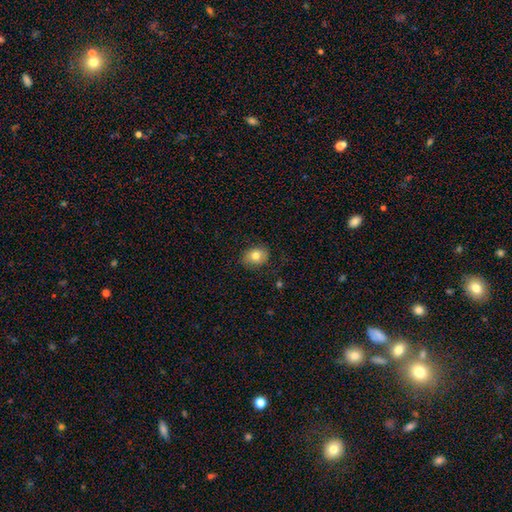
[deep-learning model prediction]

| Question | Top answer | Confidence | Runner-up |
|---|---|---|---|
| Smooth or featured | smooth | 79% | featured or disk (12%) |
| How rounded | in between | 65% | round (34%) |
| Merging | none | 81% | minor disturbance (14%) |